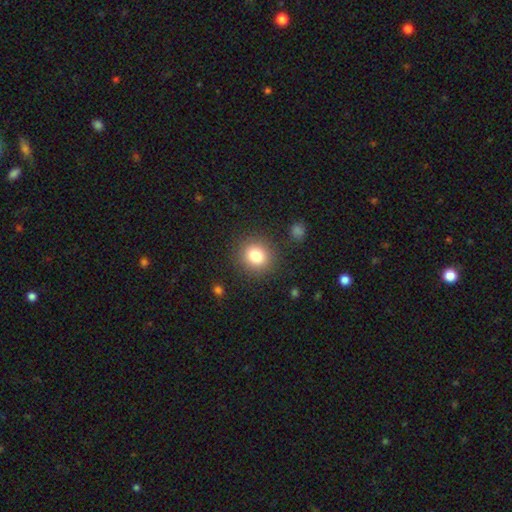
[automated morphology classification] Smooth or featured? Predicted: smooth (p=0.81). How rounded? Predicted: round (p=0.84). Merging? Predicted: none (p=0.87).